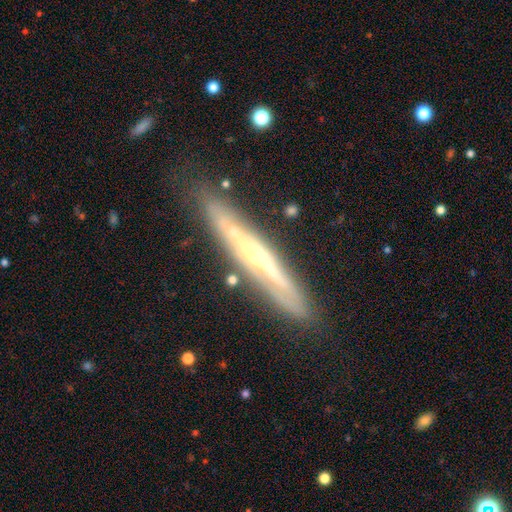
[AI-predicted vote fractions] Smooth or featured: featured or disk — 76% (smooth — 17%)
Edge-on disk: yes — 85% (no — 15%)
Edge-on bulge: rounded — 70% (none — 27%)
Merging: none — 81% (minor disturbance — 14%)